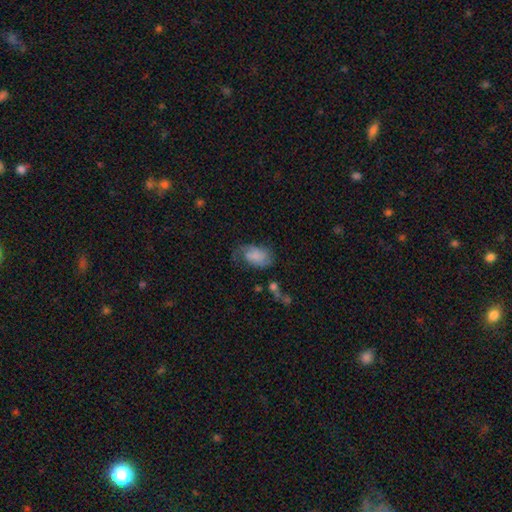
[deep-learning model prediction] Overall: smooth (71%). How rounded: in between (90%). Merging: none (41%; minor disturbance 31%).